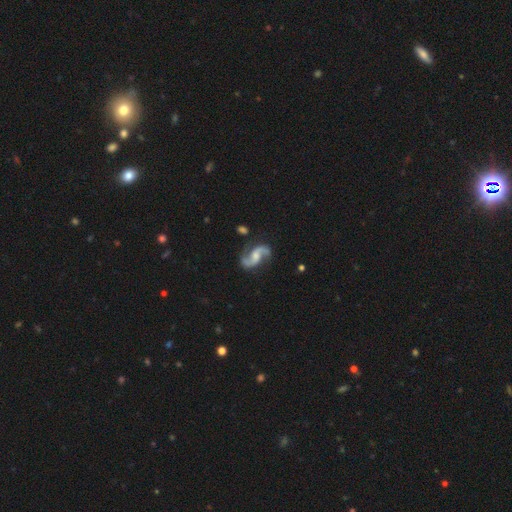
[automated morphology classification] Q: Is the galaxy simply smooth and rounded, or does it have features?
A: featured or disk — 92%.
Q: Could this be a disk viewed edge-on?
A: no — 98%.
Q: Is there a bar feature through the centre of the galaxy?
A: no — 45%.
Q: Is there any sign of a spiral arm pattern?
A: yes — 98%.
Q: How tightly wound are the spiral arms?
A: loose — 54%.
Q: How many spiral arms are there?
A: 2 — 94%.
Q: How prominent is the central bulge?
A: moderate — 42%.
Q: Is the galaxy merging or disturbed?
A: none — 76%.